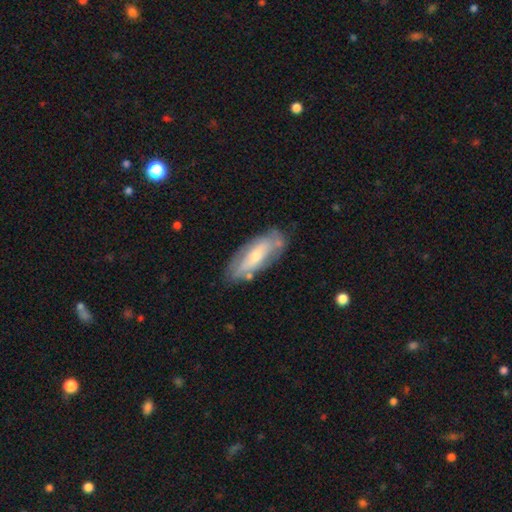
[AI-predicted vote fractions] This is possibly a featured or disk galaxy (53%). It is likely not viewed edge-on (77%). Merging: likely none (70%).